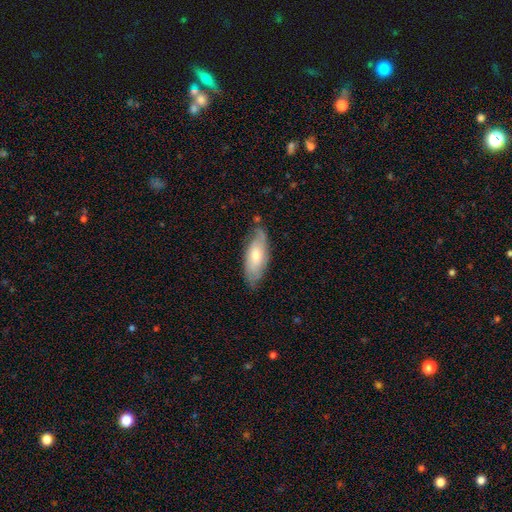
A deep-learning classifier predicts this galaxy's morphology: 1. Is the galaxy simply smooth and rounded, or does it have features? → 51% featured or disk, 43% smooth, 6% star or artifact.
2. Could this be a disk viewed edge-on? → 77% no, 23% yes.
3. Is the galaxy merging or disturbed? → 72% none, 22% minor disturbance, 5% major disturbance, 2% merger.